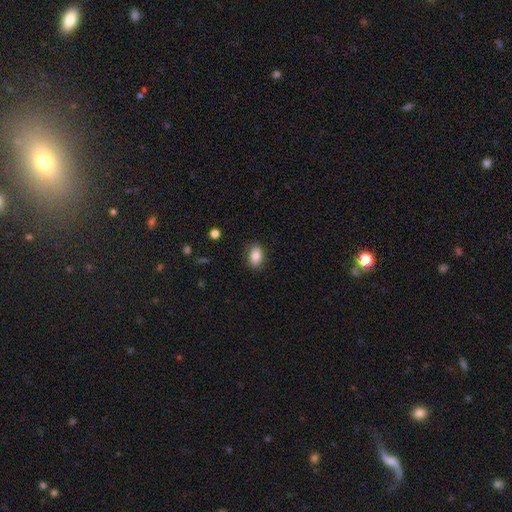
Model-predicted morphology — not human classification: The model was most divided on "how rounded": in between: 85%, round: 13%, cigar-shaped: 2%. More confident: merging — none (86%); smooth or featured — smooth (83%).